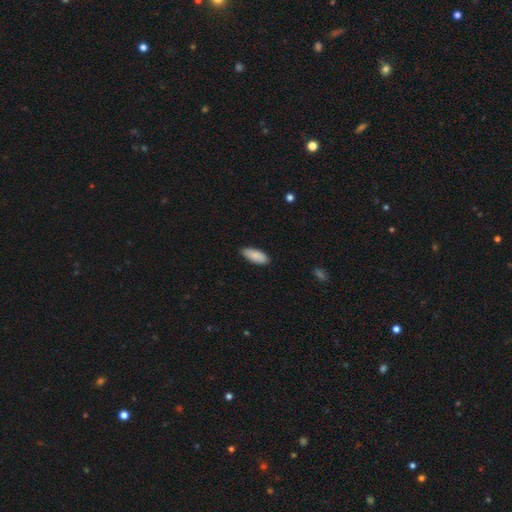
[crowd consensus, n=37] Morphology: type=smooth (84%); roundness=in between (90%); merging=none (89%).